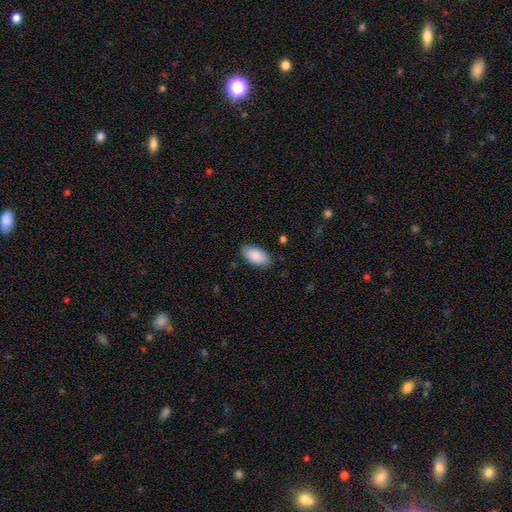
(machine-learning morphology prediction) smooth 89%, star or artifact 6%, featured or disk 5%. Down the decision tree: how rounded — in between (95%); merging — none (85%).